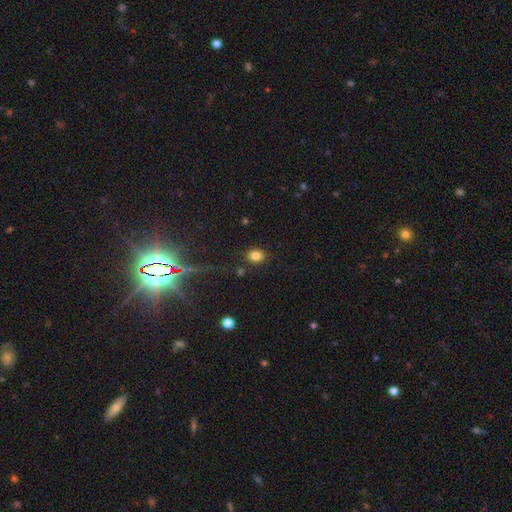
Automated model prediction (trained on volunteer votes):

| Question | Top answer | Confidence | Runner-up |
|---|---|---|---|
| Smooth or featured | smooth | 82% | star or artifact (12%) |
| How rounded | in between | 55% | round (44%) |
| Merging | none | 84% | minor disturbance (10%) |